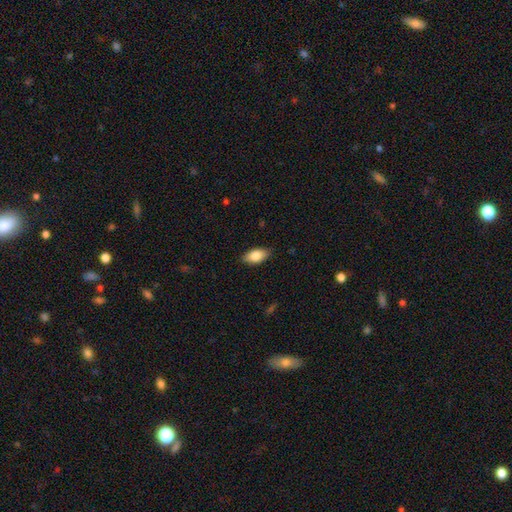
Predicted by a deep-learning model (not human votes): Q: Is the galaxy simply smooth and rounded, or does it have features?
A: smooth — 82%.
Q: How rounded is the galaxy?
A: in between — 91%.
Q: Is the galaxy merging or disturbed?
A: none — 86%.